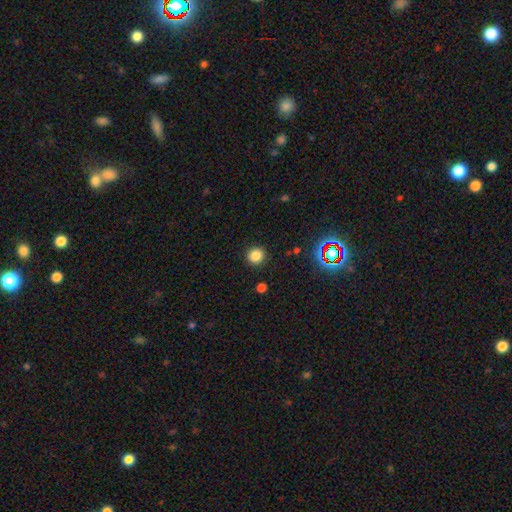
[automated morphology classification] A smooth galaxy with no disk features (82%) that is round (92%). Merging: none (91%).